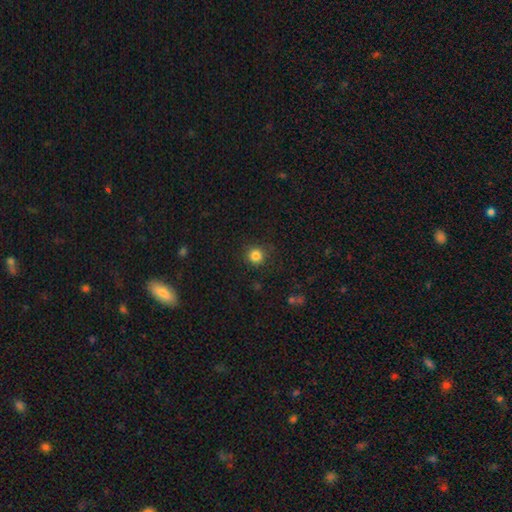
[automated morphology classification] smooth-or-featured: smooth: 83% | star or artifact: 12% | featured or disk: 5%
  how-rounded: round: 94% | in between: 5% | cigar-shaped: 1%
  merging: none: 89% | minor disturbance: 7% | major disturbance: 3% | merger: 1%